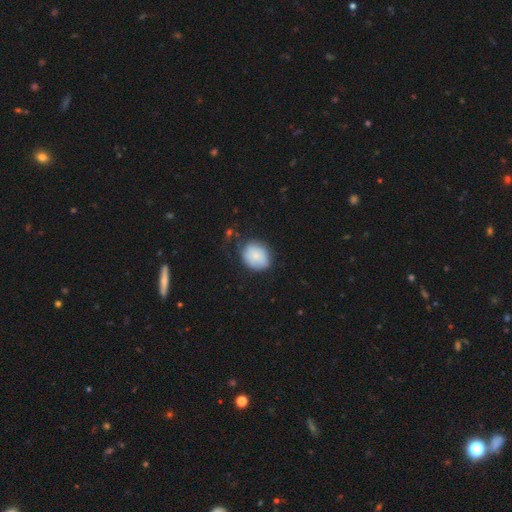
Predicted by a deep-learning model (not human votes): Smooth or featured? Predicted: smooth (p=0.81). How rounded? Predicted: round (p=0.62). Merging? Predicted: none (p=0.62).